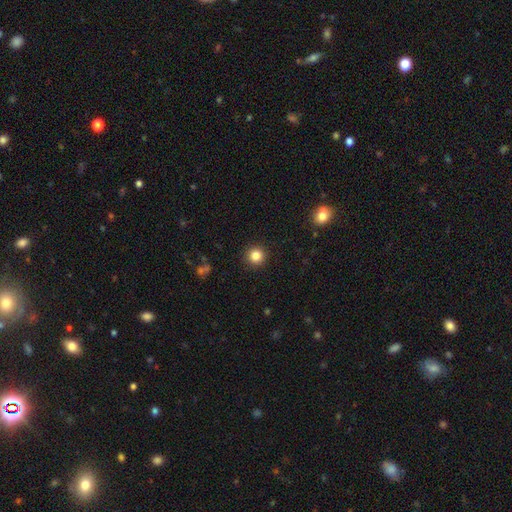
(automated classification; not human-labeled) smooth 84%, star or artifact 11%, featured or disk 5%. Down the decision tree: how rounded — round (95%); merging — none (92%).